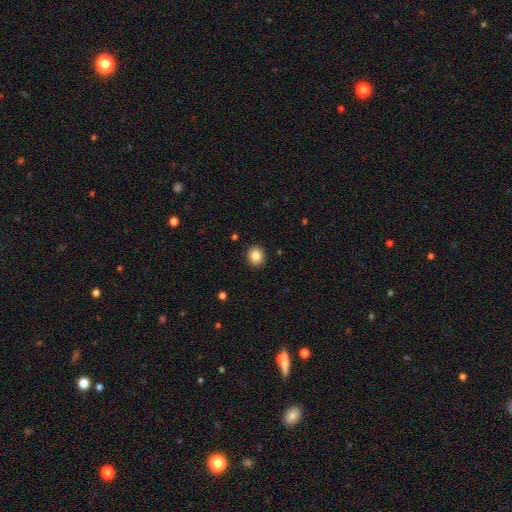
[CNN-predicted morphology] A smooth galaxy with no disk features (84%) that is round (77%). Merging: none (92%).